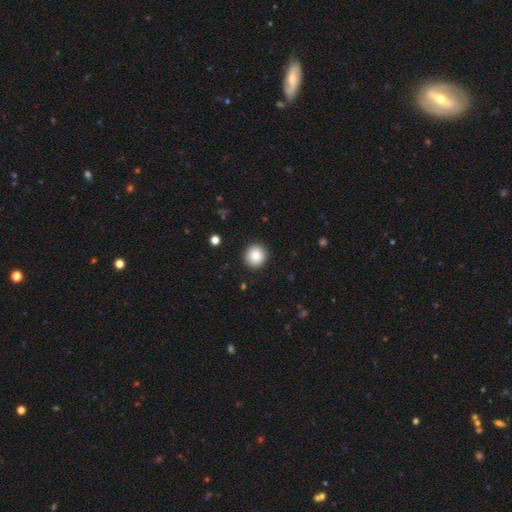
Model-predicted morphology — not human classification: This appears to be a smooth galaxy with no disk features (86%) that is round (93%). Merging: none (92%).